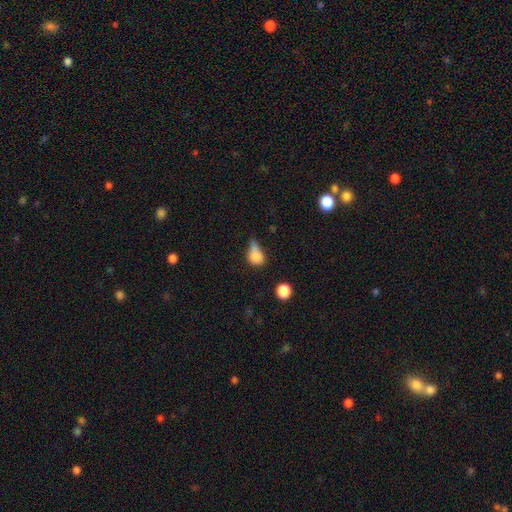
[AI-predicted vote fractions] Smooth or featured? smooth (77%)
How rounded? in between (56%)
Merging? minor disturbance (42%)